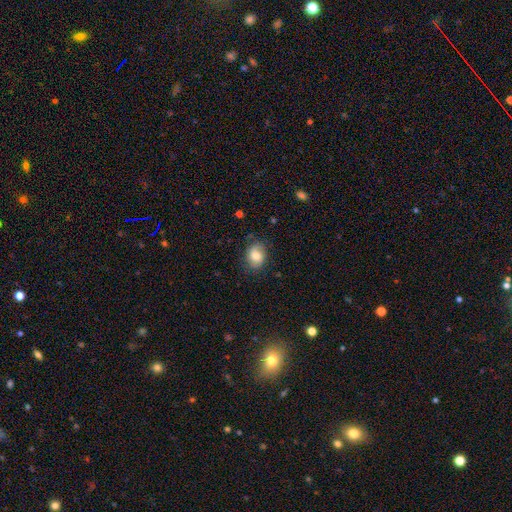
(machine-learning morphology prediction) Q: Smooth or featured?
A: smooth (73%); runner-up: featured or disk (18%)
Q: How rounded?
A: in between (57%); runner-up: round (42%)
Q: Merging?
A: none (76%); runner-up: minor disturbance (18%)